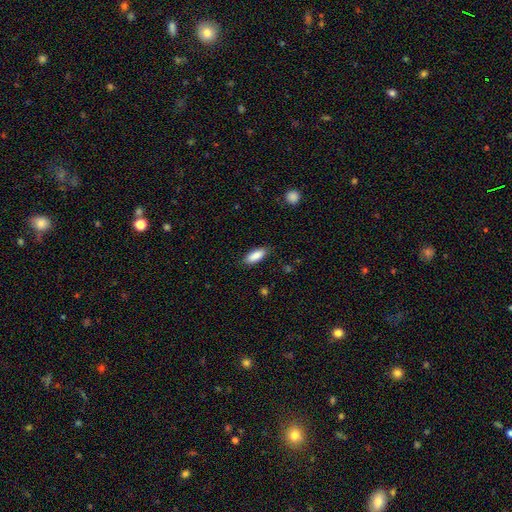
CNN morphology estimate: smooth_or_featured: smooth (p=0.87) [alt: featured or disk p=0.06]
how_rounded: in between (p=0.75) [alt: cigar-shaped p=0.24]
merging: none (p=0.85) [alt: minor disturbance p=0.12]